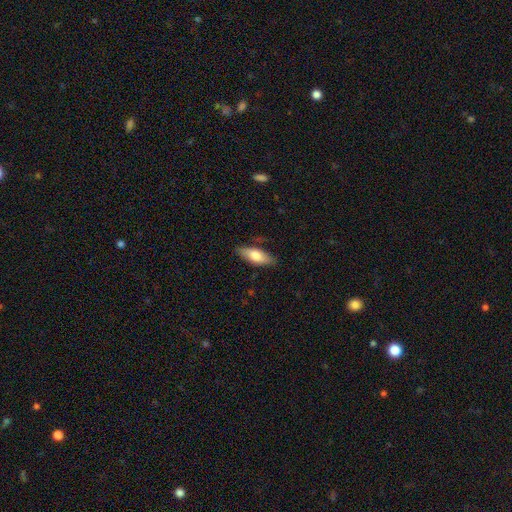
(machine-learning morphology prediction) smooth-or-featured: smooth: 72% | featured or disk: 22% | star or artifact: 6%
  how-rounded: in between: 70% | cigar-shaped: 28% | round: 2%
  merging: none: 79% | minor disturbance: 16% | major disturbance: 3% | merger: 2%